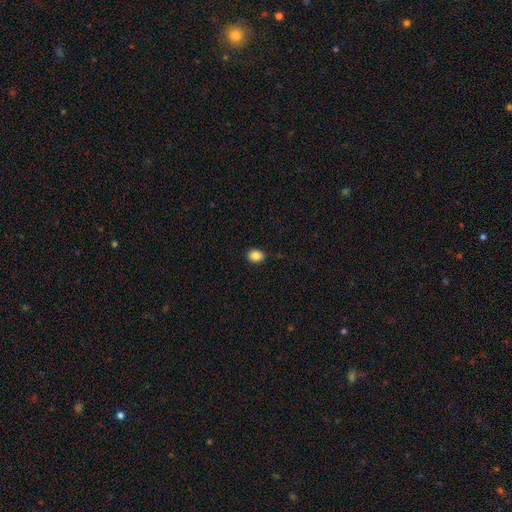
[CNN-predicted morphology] A smooth galaxy with no disk features (85%) that is round (55%). Merging: none (89%).